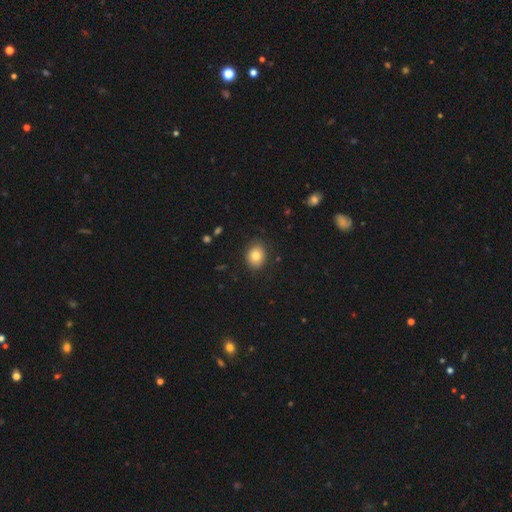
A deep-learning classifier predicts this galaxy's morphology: A smooth galaxy with no disk features (81%) that is round (52%). Merging: none (85%).